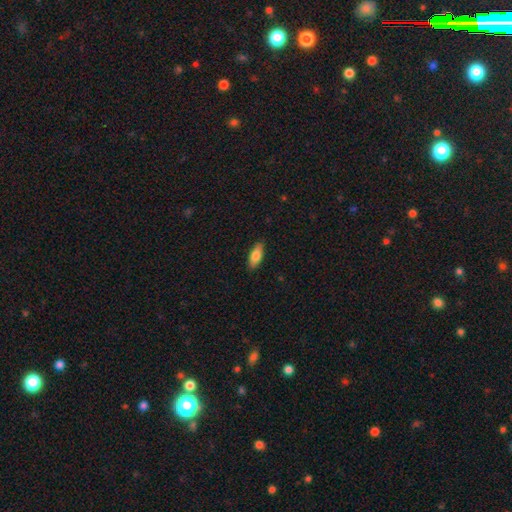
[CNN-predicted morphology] This is likely a smooth galaxy (80%). How rounded: likely in between (76%). Merging: clearly none (87%).